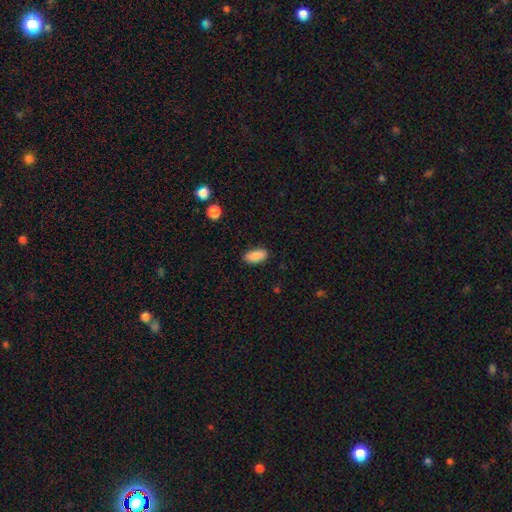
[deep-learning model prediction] Smooth or featured? Predicted: smooth (p=0.89). How rounded? Predicted: in between (p=0.91). Merging? Predicted: none (p=0.85).